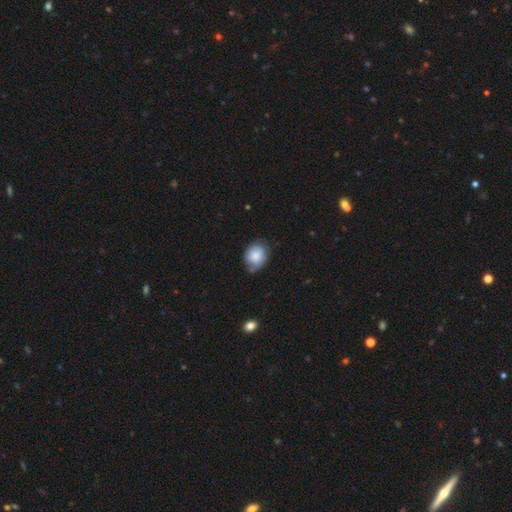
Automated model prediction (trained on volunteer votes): The model was most divided on "how rounded": round: 54%, in between: 45%, cigar-shaped: 1%. More confident: smooth or featured — smooth (79%); merging — none (58%).